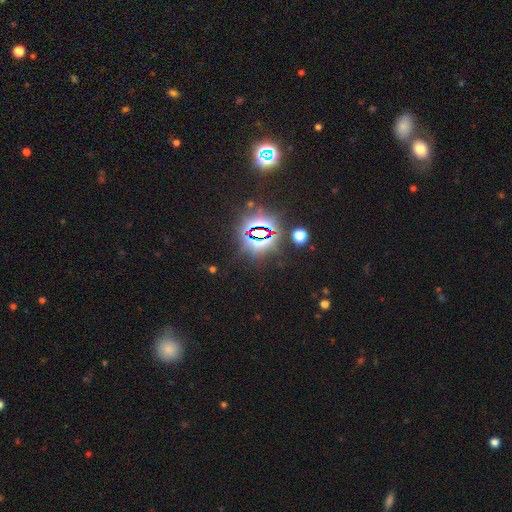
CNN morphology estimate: Smooth or featured: star or artifact — 80% (smooth — 13%)